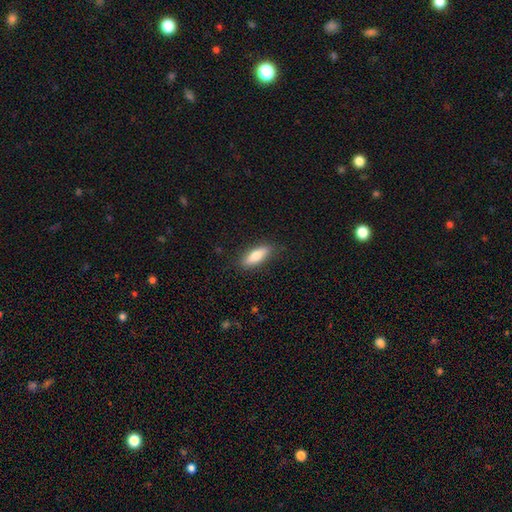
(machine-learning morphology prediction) A smooth galaxy with no disk features (72%) that is in between round and cigar-shaped (53%).

Vote fractions:
- Smooth or featured? smooth: 72% / featured or disk: 22% / star or artifact: 6%
- How rounded? in between: 53% / cigar-shaped: 45% / round: 2%
- Merging? none: 87% / minor disturbance: 10% / major disturbance: 2% / merger: 1%